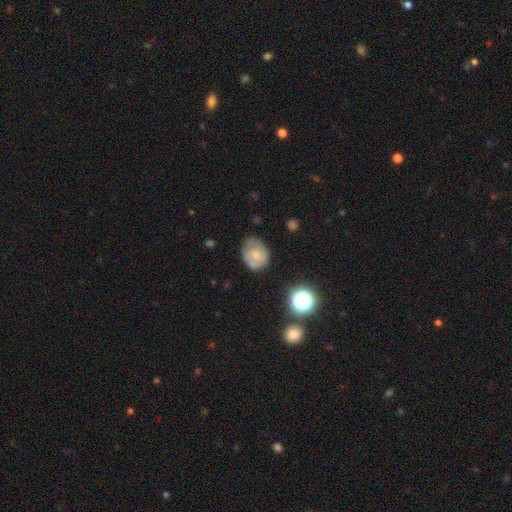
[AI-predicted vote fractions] Overall: smooth (49%; featured or disk 42%). Merging: none (58%; minor disturbance 29%).